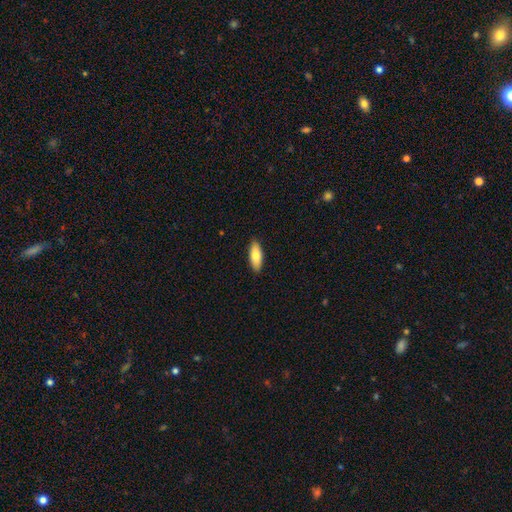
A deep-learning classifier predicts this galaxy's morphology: A smooth galaxy with no disk features (77%) that is in between round and cigar-shaped (75%). Merging: none (89%).